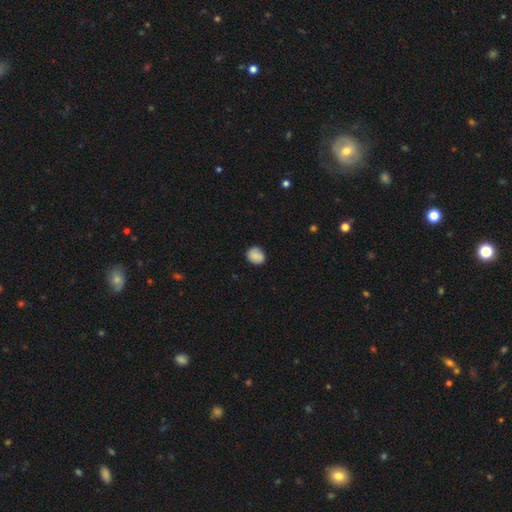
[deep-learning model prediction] This appears to be a smooth galaxy with no disk features (83%) that is round (69%). Merging: none (81%).